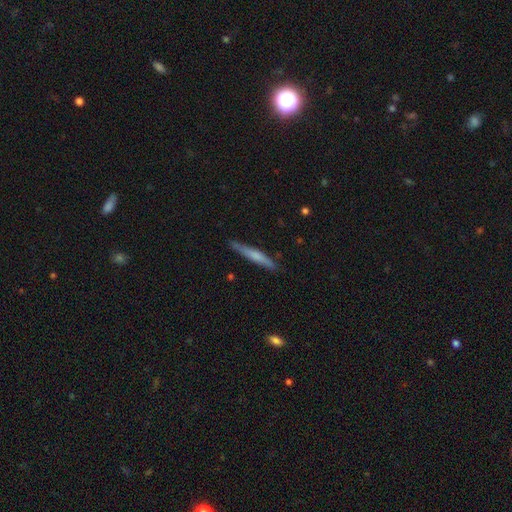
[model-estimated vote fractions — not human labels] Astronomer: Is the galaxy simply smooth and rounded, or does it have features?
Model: smooth — 55% (runner-up: featured or disk, 40%).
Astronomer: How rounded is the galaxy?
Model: cigar-shaped — 94%.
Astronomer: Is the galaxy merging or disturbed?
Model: none — 85%.